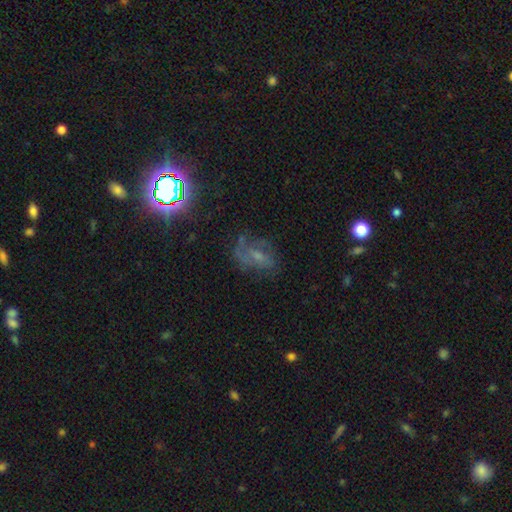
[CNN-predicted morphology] type=featured or disk (46%); merging=none (54%).